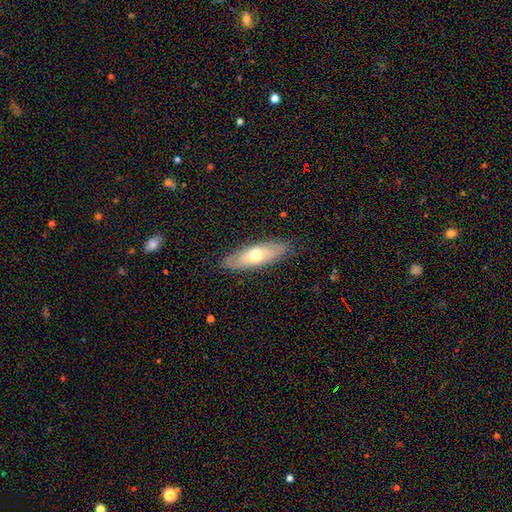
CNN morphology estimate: This appears to be a smooth galaxy with no disk features (51%) that is in between round and cigar-shaped (59%). Merging: none (85%).